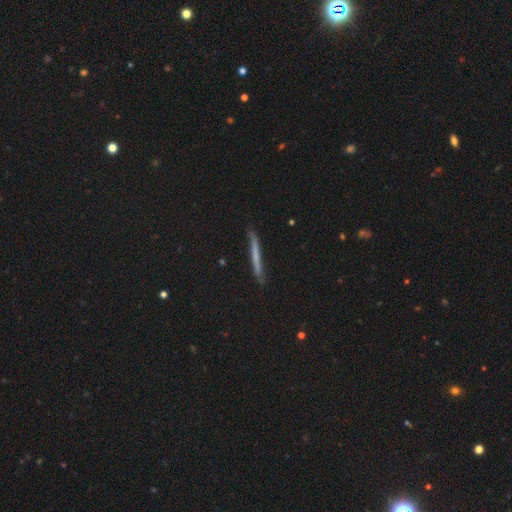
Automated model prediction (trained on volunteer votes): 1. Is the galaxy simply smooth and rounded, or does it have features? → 52% smooth, 41% featured or disk, 7% star or artifact.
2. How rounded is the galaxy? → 97% cigar-shaped, 2% in between, 1% round.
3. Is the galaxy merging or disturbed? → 82% none, 14% minor disturbance, 2% major disturbance, 2% merger.